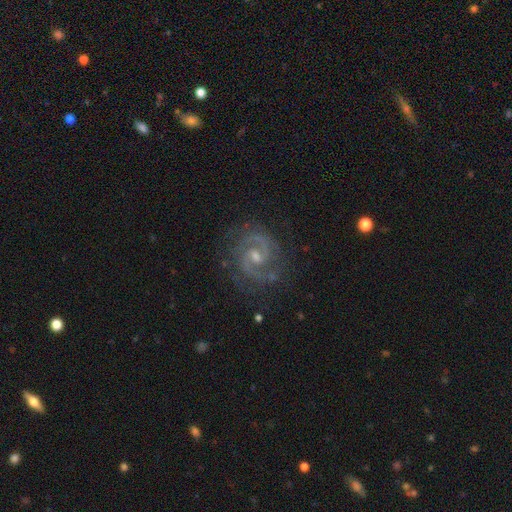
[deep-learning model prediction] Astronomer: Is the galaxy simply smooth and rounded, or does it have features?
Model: featured or disk — 91%.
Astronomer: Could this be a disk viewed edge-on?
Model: no — 98%.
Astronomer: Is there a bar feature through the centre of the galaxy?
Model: weak — 55% (runner-up: no, 32%).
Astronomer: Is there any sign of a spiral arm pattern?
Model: yes — 98%.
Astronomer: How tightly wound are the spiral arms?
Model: medium — 56% (runner-up: tight, 35%).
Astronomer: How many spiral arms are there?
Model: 2 — 91%.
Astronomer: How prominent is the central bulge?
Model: small — 47% (runner-up: moderate, 46%).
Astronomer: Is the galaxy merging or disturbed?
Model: none — 80%.